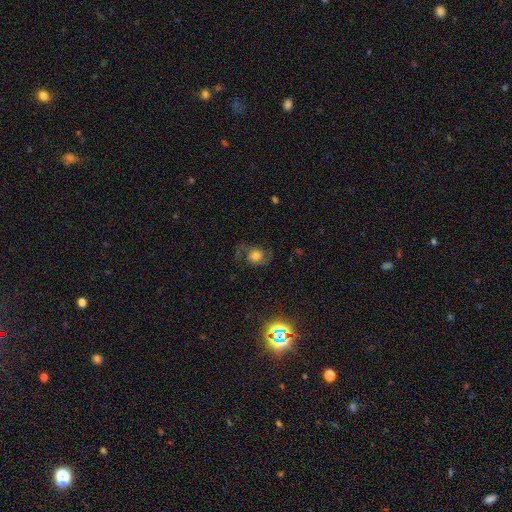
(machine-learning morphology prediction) Overall: featured or disk (52%; smooth 34%). Edge-on disk: no (95%). Merging: none (62%).